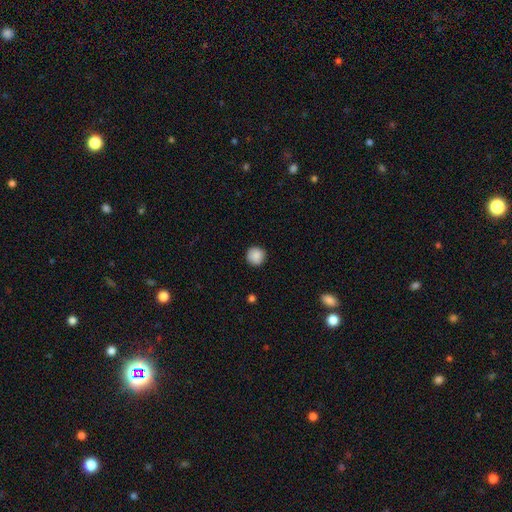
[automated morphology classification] Smooth or featured: smooth — 88% (star or artifact — 8%)
How rounded: round — 95% (in between — 4%)
Merging: none — 91% (minor disturbance — 7%)